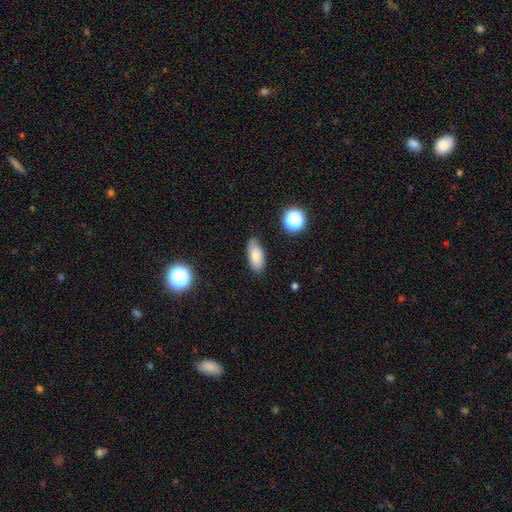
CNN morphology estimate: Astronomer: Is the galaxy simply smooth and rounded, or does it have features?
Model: smooth — 78%.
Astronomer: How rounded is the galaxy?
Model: in between — 87%.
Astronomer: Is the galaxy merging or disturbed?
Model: none — 78%.